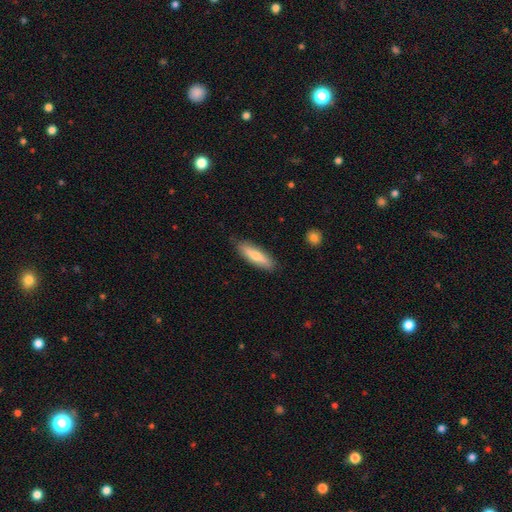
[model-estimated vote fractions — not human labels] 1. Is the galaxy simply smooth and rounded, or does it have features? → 69% smooth, 26% featured or disk, 6% star or artifact.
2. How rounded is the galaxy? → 63% cigar-shaped, 36% in between, 2% round.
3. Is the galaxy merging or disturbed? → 85% none, 12% minor disturbance, 2% major disturbance, 1% merger.